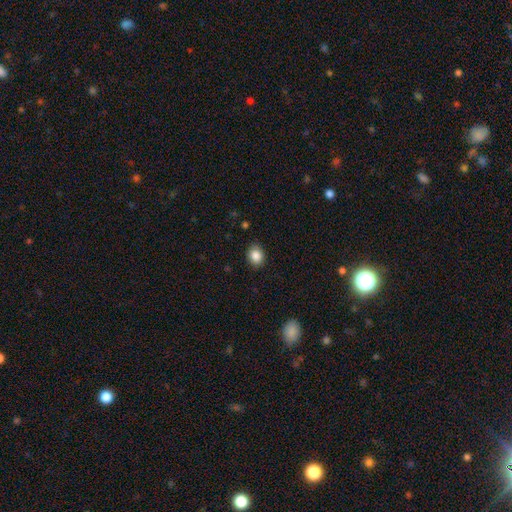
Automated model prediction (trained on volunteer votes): smooth-or-featured: smooth: 86% | star or artifact: 9% | featured or disk: 5%
  how-rounded: round: 55% | in between: 44% | cigar-shaped: 1%
  merging: none: 85% | minor disturbance: 11% | major disturbance: 2% | merger: 1%